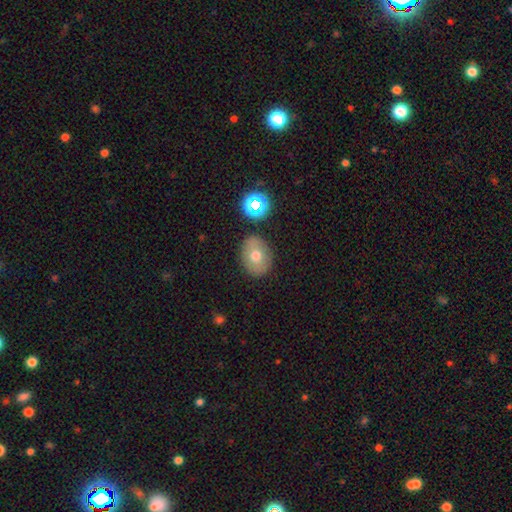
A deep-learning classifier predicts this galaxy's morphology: smooth_or_featured: smooth (p=0.68) [alt: featured or disk p=0.20]
how_rounded: in between (p=0.59) [alt: round p=0.40]
merging: none (p=0.82) [alt: minor disturbance p=0.10]